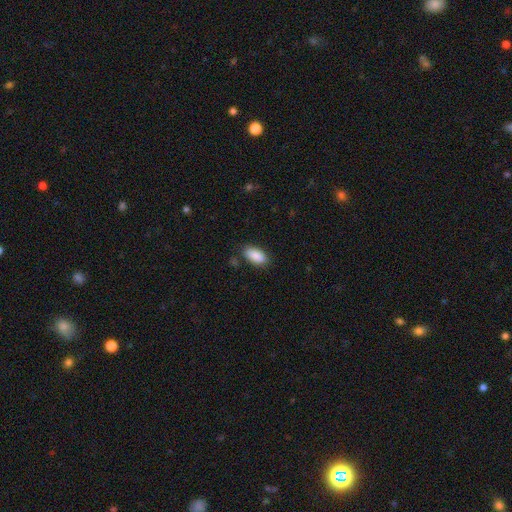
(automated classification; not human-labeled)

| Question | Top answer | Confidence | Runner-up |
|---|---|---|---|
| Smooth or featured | smooth | 89% | star or artifact (7%) |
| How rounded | in between | 92% | cigar-shaped (6%) |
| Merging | none | 83% | minor disturbance (12%) |